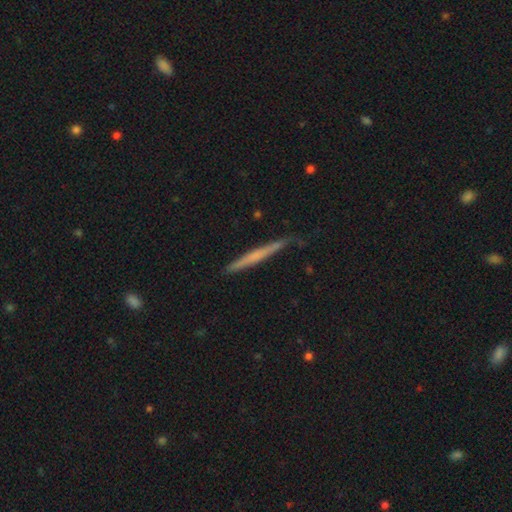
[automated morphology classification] Smooth or featured? smooth (47%, tied with featured or disk)
Merging? none (81%)